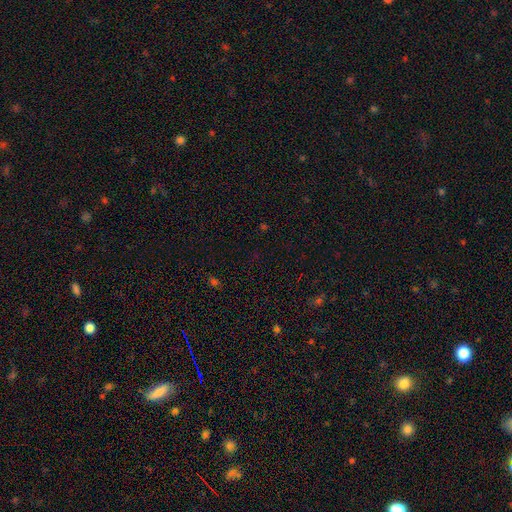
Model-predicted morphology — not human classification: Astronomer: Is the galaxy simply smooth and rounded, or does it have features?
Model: star or artifact — 65%.